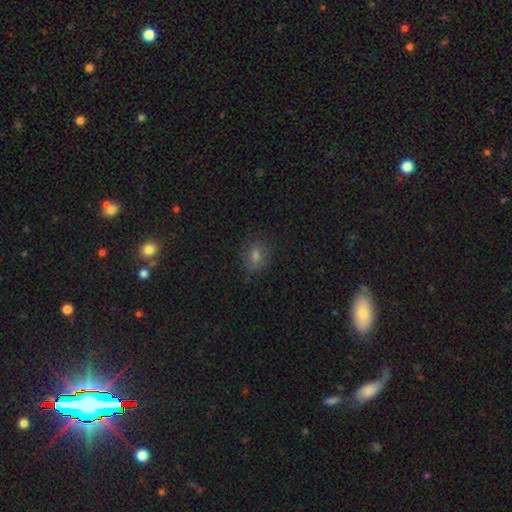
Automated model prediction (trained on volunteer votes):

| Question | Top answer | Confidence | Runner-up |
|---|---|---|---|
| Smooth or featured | smooth | 65% | star or artifact (21%) |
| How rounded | round | 53% | in between (45%) |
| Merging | none | 81% | minor disturbance (13%) |